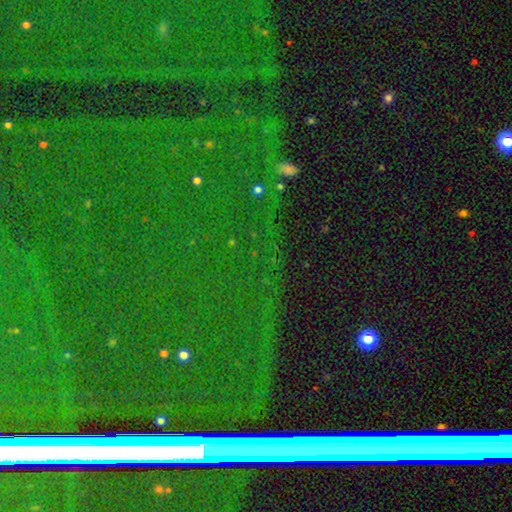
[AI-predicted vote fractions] Overall: star or artifact (77%).